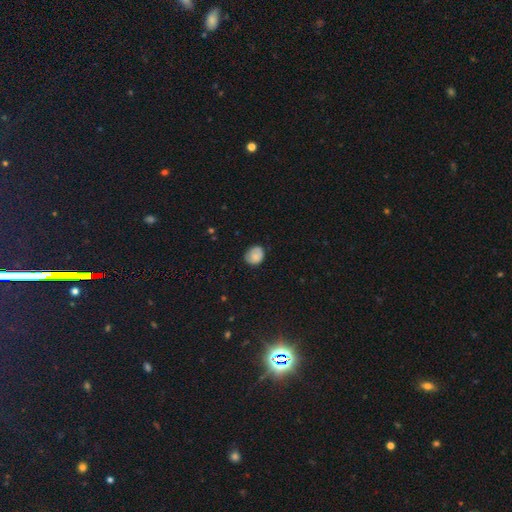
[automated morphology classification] Overall: smooth (73%). How rounded: round (58%; in between 41%). Merging: none (68%).